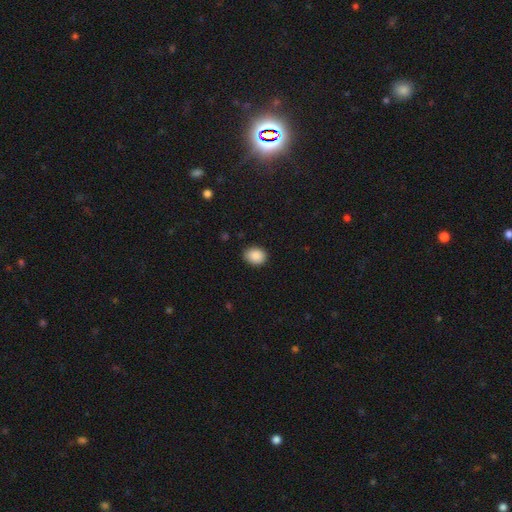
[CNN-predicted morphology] smooth-or-featured: smooth: 89% | star or artifact: 8% | featured or disk: 3%
  how-rounded: in between: 53% | round: 46% | cigar-shaped: 1%
  merging: none: 85% | minor disturbance: 11% | major disturbance: 2% | merger: 1%